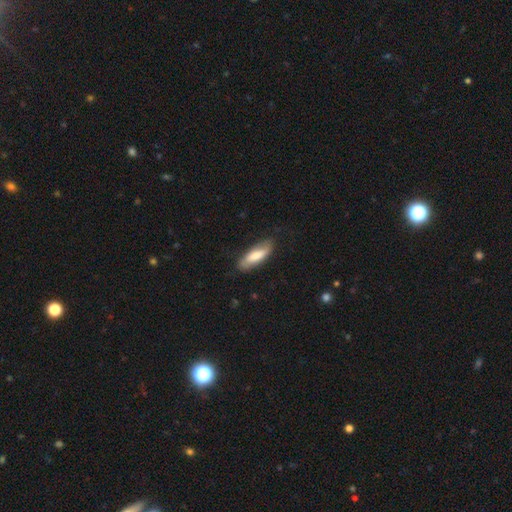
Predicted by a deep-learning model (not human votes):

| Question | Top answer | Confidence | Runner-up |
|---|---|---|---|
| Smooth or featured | smooth | 74% | featured or disk (21%) |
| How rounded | in between | 58% | cigar-shaped (40%) |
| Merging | none | 76% | minor disturbance (19%) |